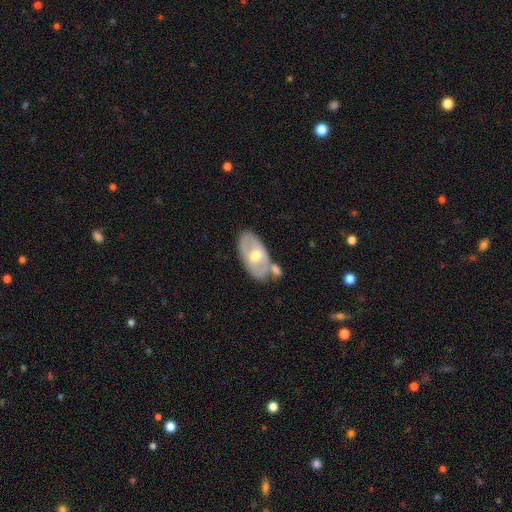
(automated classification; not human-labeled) Smooth or featured: featured or disk — 55% (smooth — 39%)
Edge-on disk: no — 86% (yes — 14%)
Merging: none — 60% (merger — 17%)